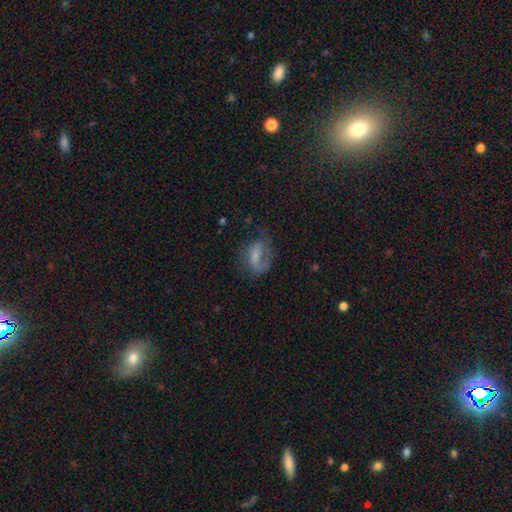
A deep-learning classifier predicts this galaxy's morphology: This appears to be a featured or disk galaxy (56%) with a weak bar (42%), spiral arms (79%) and no central bulge (34%). Merging: none (45%).